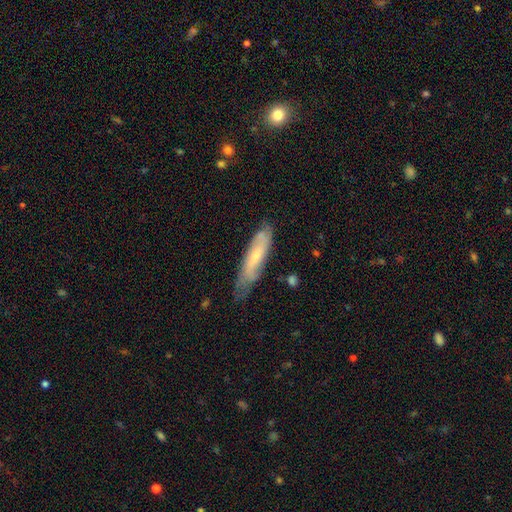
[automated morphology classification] smooth-or-featured: featured or disk: 53% | smooth: 40% | star or artifact: 7%
  disk-edge-on: no: 61% | yes: 39%
  merging: none: 64% | minor disturbance: 27% | major disturbance: 7% | merger: 2%